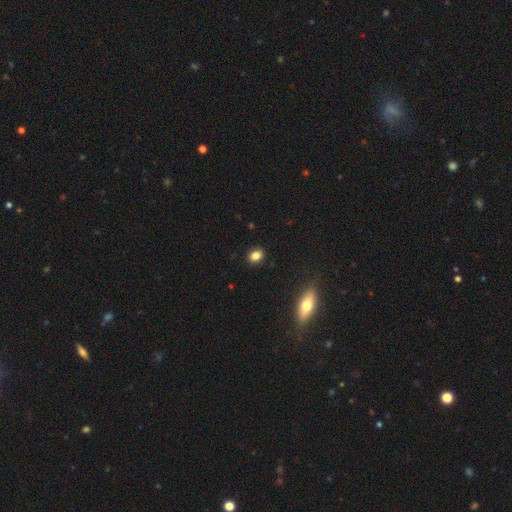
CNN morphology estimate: The model was most divided on "how rounded": in between: 57%, round: 42%, cigar-shaped: 2%. More confident: merging — none (90%); smooth or featured — smooth (85%).